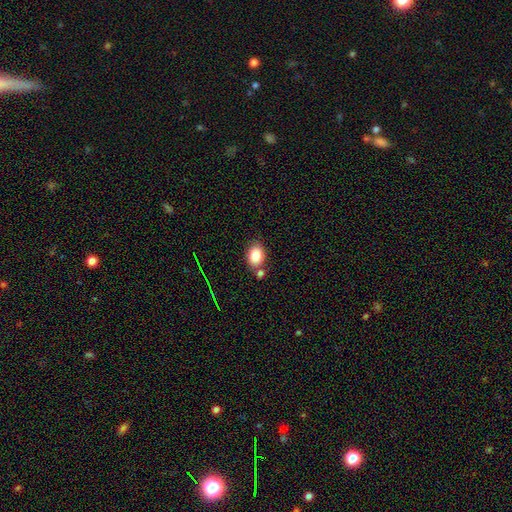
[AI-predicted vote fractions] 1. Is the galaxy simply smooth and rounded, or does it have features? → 84% smooth, 9% star or artifact, 7% featured or disk.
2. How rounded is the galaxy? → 75% in between, 23% round, 1% cigar-shaped.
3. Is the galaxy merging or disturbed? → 68% none, 15% merger, 13% minor disturbance, 3% major disturbance.